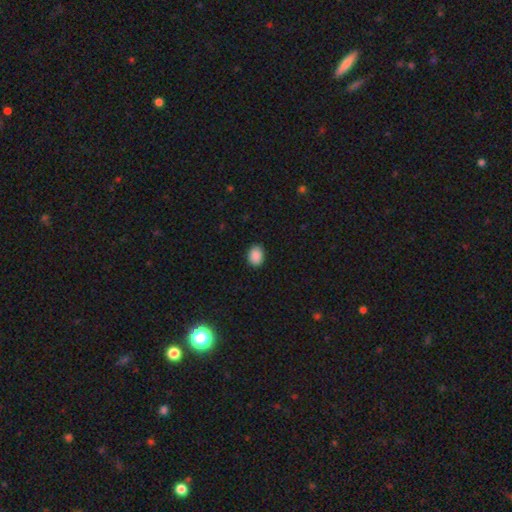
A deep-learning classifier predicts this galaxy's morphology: type=smooth (90%); roundness=in between (70%); merging=none (88%).